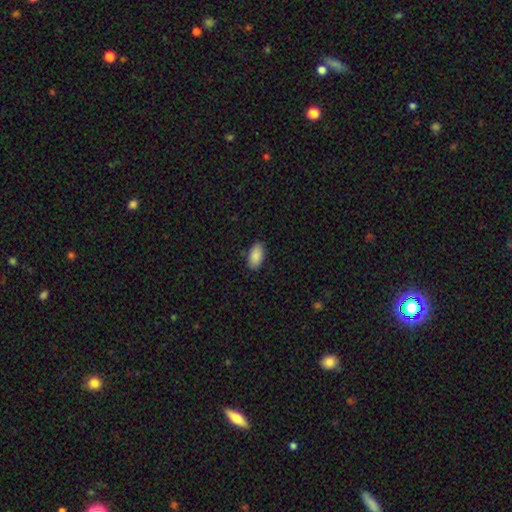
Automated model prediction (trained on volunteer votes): Smooth or featured?
  - smooth: 89% *
  - star or artifact: 6%
  - featured or disk: 5%
How rounded?
  - in between: 95% *
  - round: 3%
  - cigar-shaped: 3%
Merging?
  - none: 87% *
  - minor disturbance: 10%
  - major disturbance: 2%
  - merger: 1%